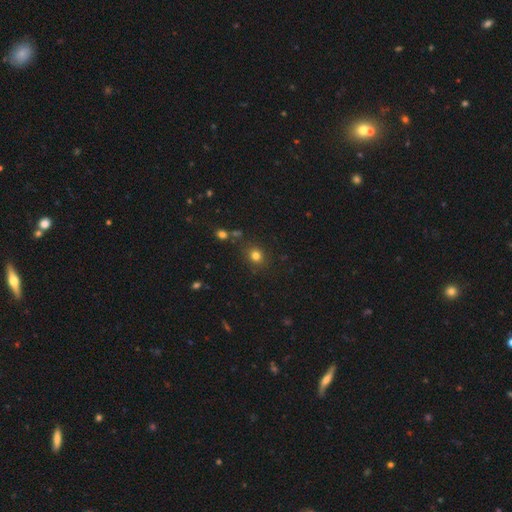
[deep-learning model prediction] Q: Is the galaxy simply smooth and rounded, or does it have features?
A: smooth — 78%.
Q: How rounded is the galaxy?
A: round — 75%.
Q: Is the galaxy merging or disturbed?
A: none — 83%.